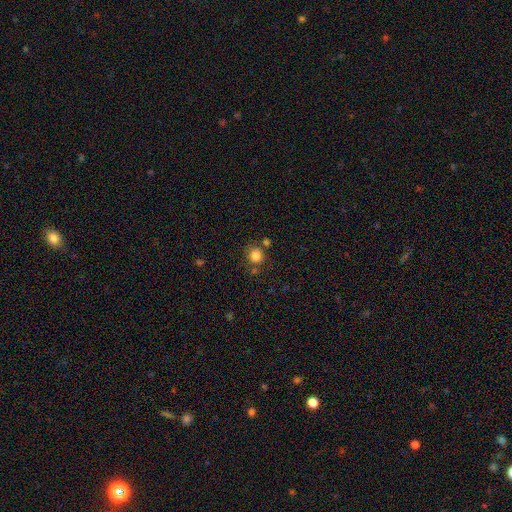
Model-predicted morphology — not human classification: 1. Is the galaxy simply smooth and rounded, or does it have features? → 82% smooth, 12% star or artifact, 6% featured or disk.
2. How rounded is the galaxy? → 85% round, 14% in between, 1% cigar-shaped.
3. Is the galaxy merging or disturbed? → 71% none, 13% minor disturbance, 12% merger, 4% major disturbance.